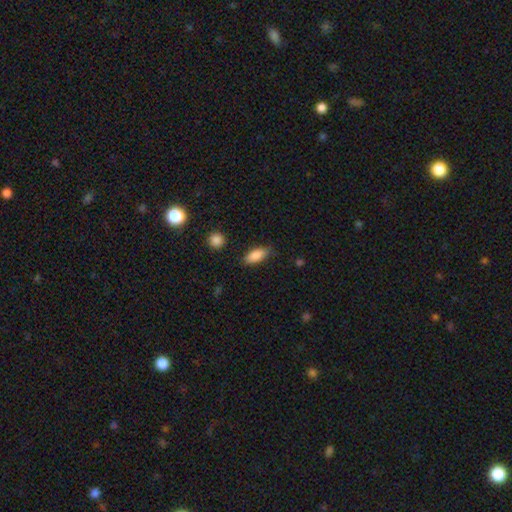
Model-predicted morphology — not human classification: This appears to be a smooth galaxy with no disk features (86%) that is in between round and cigar-shaped (84%). Merging: none (79%).